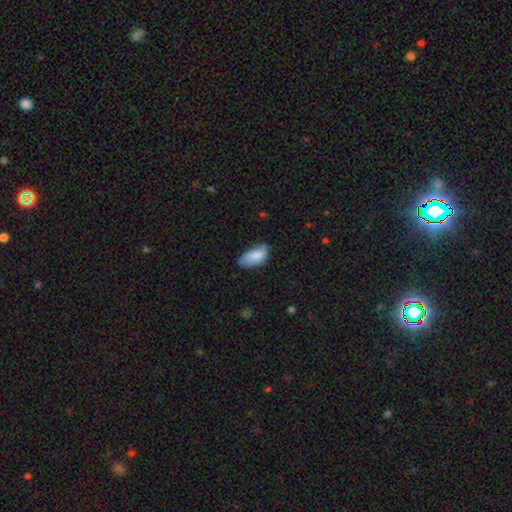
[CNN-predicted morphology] Smooth or featured?
  - smooth: 76% *
  - featured or disk: 17%
  - star or artifact: 7%
How rounded?
  - in between: 93% *
  - cigar-shaped: 4%
  - round: 3%
Merging?
  - none: 47% *
  - minor disturbance: 39%
  - major disturbance: 12%
  - merger: 3%